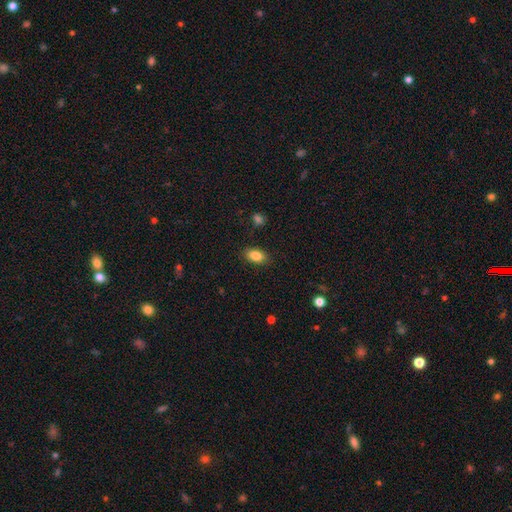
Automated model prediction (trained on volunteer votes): A smooth galaxy with no disk features (87%) that is in between round and cigar-shaped (90%). Merging: none (87%).